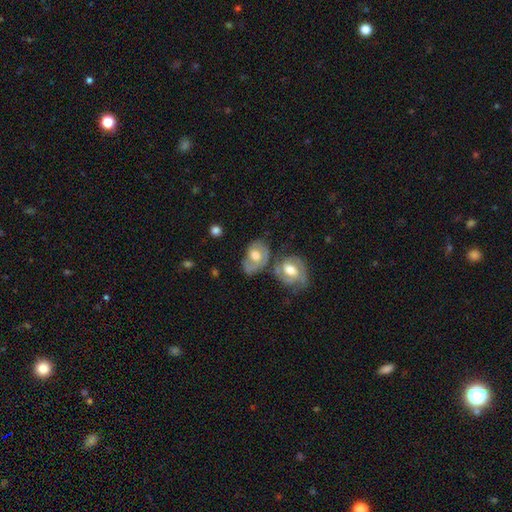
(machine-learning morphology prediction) Overall: featured or disk (56%; smooth 37%). Edge-on disk: no (95%). Bar: no (73%). Spiral arms: yes (66%; no 34%). Bulge size: moderate (58%; large 32%). Merging: none (40%; merger 26%).